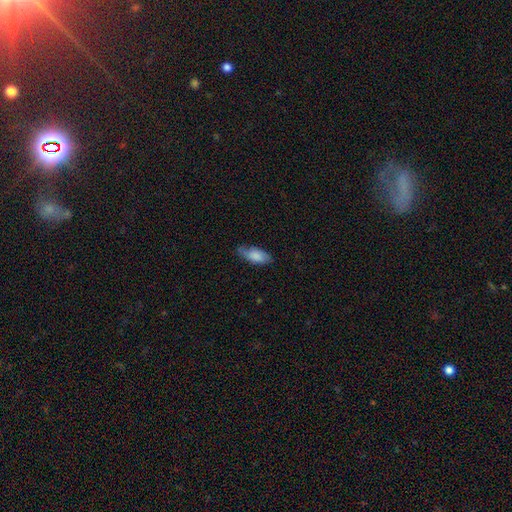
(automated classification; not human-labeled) A smooth galaxy with no disk features (76%) that is in between round and cigar-shaped (80%).

Vote fractions:
- Smooth or featured? smooth: 76% / featured or disk: 17% / star or artifact: 7%
- How rounded? in between: 80% / cigar-shaped: 18% / round: 2%
- Merging? none: 68% / minor disturbance: 25% / major disturbance: 5% / merger: 1%